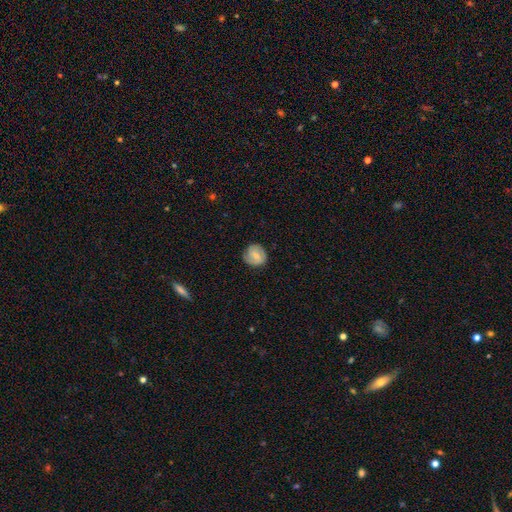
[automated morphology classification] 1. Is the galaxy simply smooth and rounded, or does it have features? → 51% smooth, 41% featured or disk, 7% star or artifact.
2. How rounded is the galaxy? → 84% round, 15% in between, 1% cigar-shaped.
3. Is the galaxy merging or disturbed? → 79% none, 16% minor disturbance, 4% major disturbance, 1% merger.